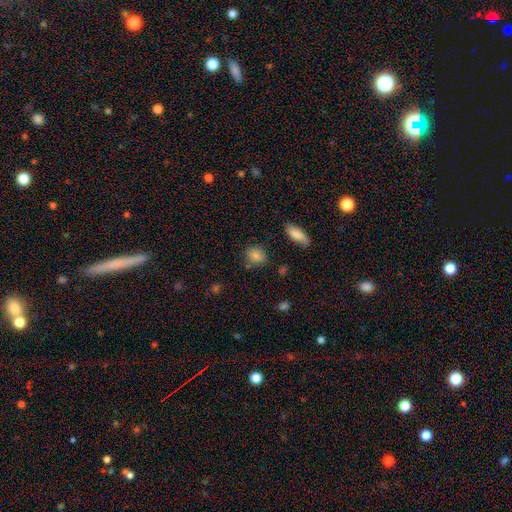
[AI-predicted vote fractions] The model was most divided on "how rounded": round: 55%, in between: 44%, cigar-shaped: 2%. More confident: smooth or featured — smooth (83%); merging — none (74%).